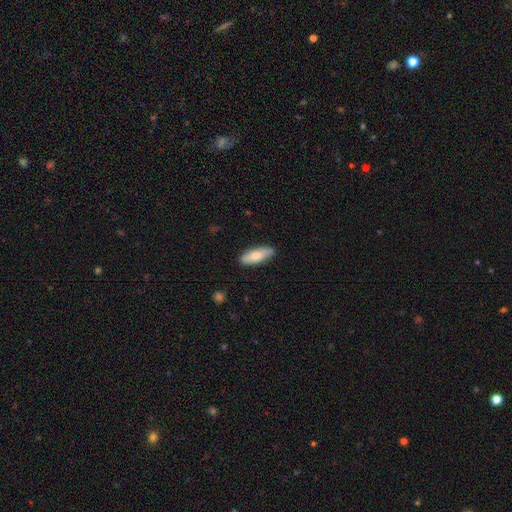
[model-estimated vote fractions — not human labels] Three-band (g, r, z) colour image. It shows a smooth galaxy with no disk features (78%) that is in between round and cigar-shaped (65%). Merging: none (85%).